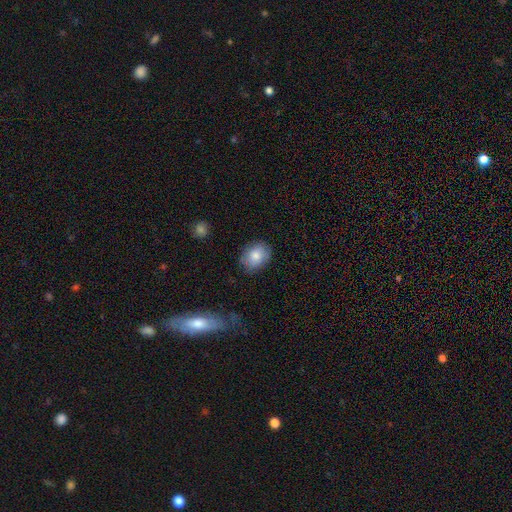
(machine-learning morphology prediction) Smooth or featured: smooth — 81% (featured or disk — 11%)
How rounded: in between — 62% (round — 37%)
Merging: none — 81% (minor disturbance — 14%)